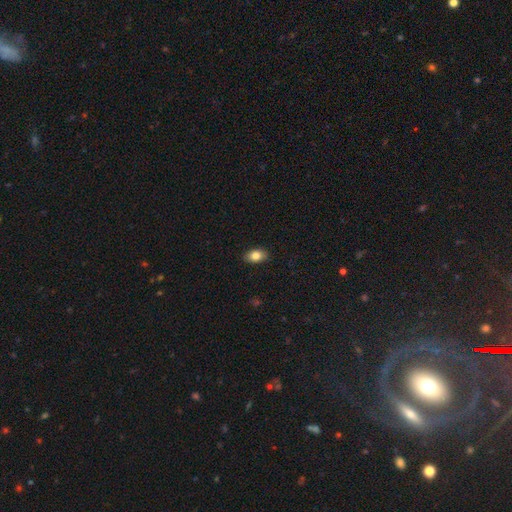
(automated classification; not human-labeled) This is clearly a smooth galaxy (83%). How rounded: clearly in between (86%). Merging: clearly none (88%).